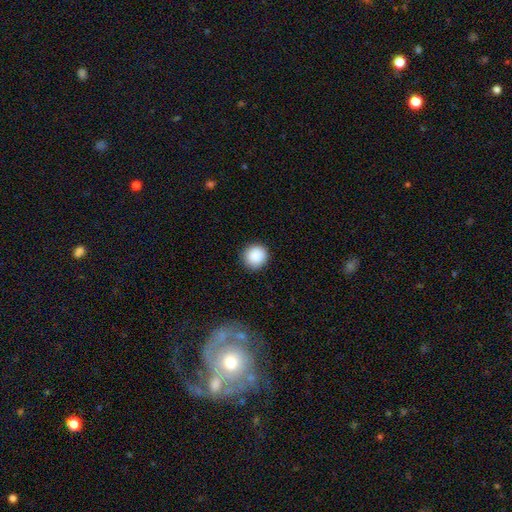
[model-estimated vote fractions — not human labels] Overall: smooth (89%). How rounded: round (94%). Merging: none (91%).